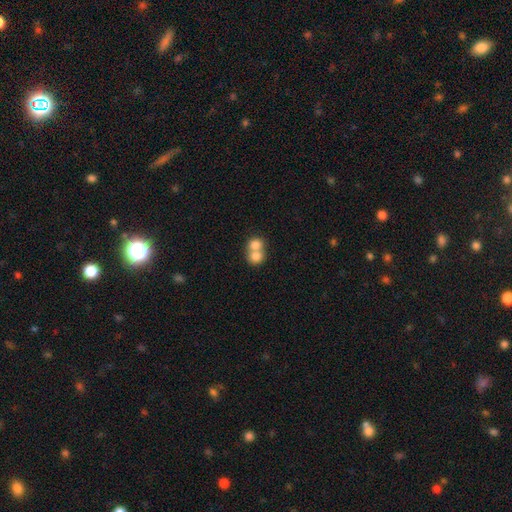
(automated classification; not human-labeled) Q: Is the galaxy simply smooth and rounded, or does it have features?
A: smooth — 76%.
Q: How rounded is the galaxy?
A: round — 78%.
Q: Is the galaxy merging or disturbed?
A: merger — 69%.